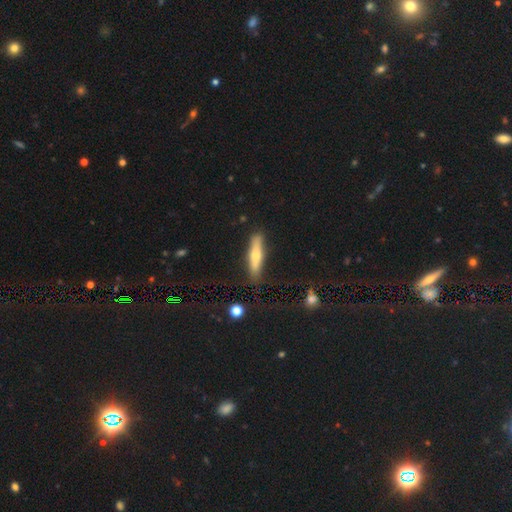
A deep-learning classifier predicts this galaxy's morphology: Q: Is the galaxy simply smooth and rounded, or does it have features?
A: smooth — 60%.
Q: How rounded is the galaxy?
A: cigar-shaped — 83%.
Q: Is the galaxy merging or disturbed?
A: none — 82%.